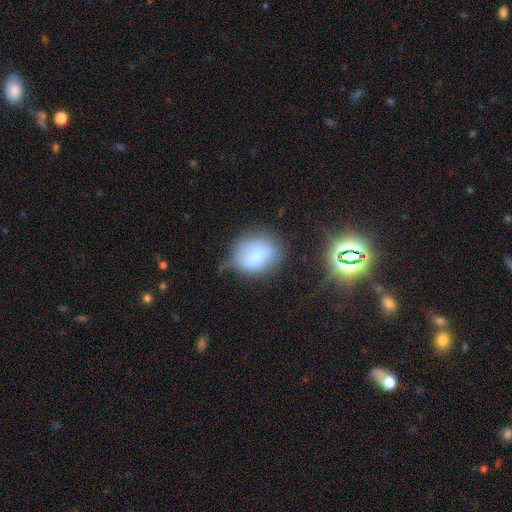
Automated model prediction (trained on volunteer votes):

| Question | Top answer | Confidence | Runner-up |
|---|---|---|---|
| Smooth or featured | smooth | 71% | featured or disk (18%) |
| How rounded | round | 55% | in between (43%) |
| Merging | none | 50% | minor disturbance (32%) |